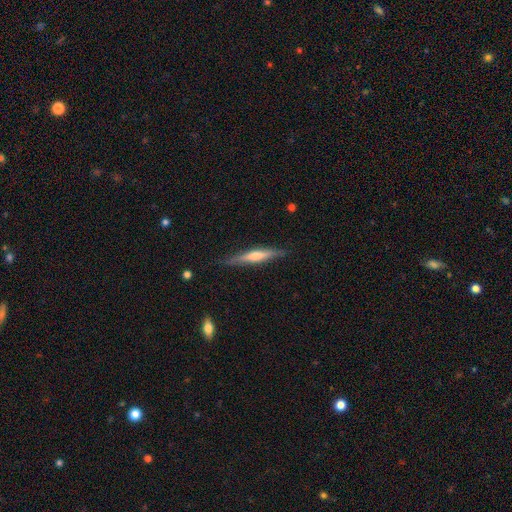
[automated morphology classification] Overall: featured or disk (60%; smooth 34%). Edge-on disk: yes (96%). Edge-on bulge: rounded (71%). Merging: none (85%).